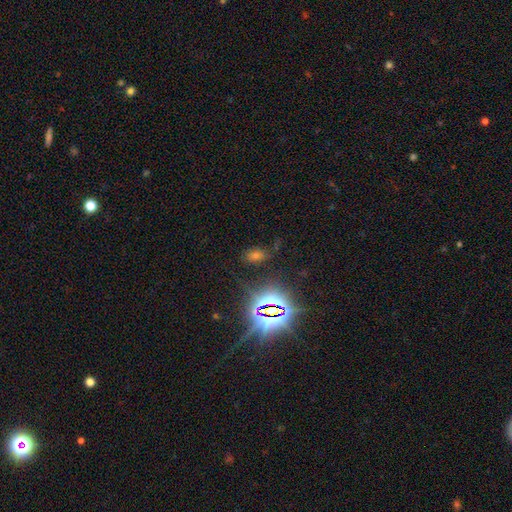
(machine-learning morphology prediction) smooth-or-featured: star or artifact: 55% | smooth: 33% | featured or disk: 12%